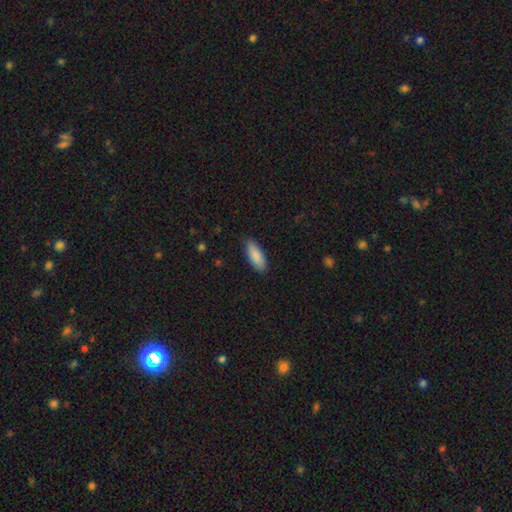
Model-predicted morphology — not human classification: Q: Smooth or featured?
A: smooth (88%); runner-up: featured or disk (6%)
Q: How rounded?
A: in between (71%); runner-up: cigar-shaped (27%)
Q: Merging?
A: none (85%); runner-up: minor disturbance (12%)